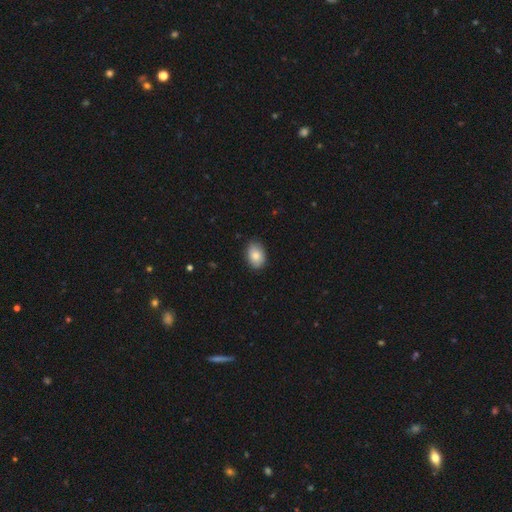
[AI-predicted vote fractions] A smooth galaxy with no disk features (85%) that is in between round and cigar-shaped (81%).

Vote fractions:
- Smooth or featured? smooth: 85% / featured or disk: 8% / star or artifact: 7%
- How rounded? in between: 81% / round: 17% / cigar-shaped: 1%
- Merging? none: 84% / minor disturbance: 13% / major disturbance: 2% / merger: 1%